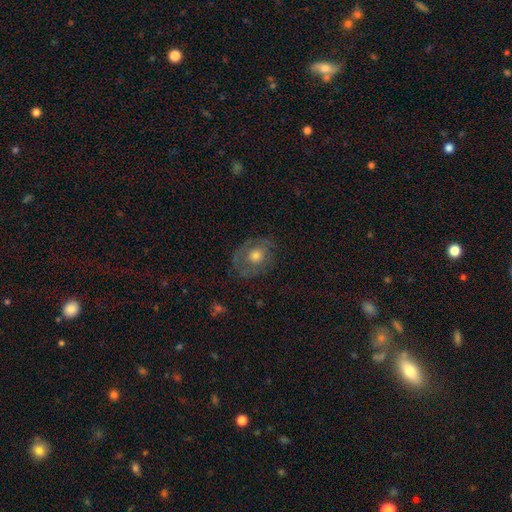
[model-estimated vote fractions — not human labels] Smooth or featured: featured or disk — 52% (smooth — 37%)
Edge-on disk: no — 95% (yes — 5%)
Merging: none — 70% (minor disturbance — 18%)